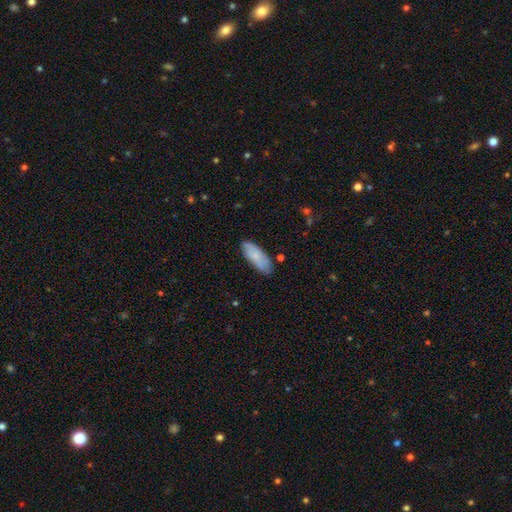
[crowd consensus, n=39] A smooth galaxy with no disk features (85%) that is in between round and cigar-shaped (79%). Merging: none (72%).